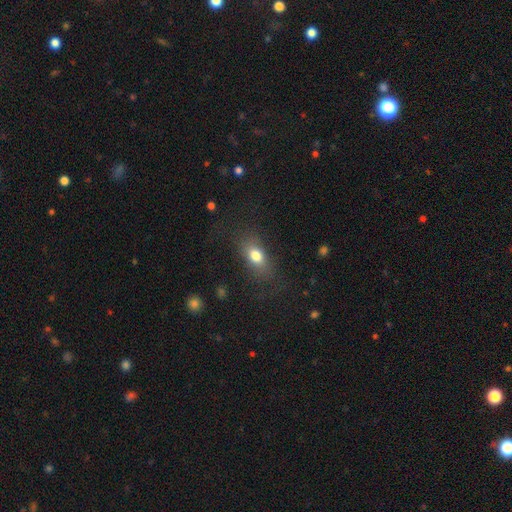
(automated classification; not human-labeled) A smooth galaxy with no disk features (76%) that is in between round and cigar-shaped (78%).

Vote fractions:
- Smooth or featured? smooth: 76% / featured or disk: 14% / star or artifact: 10%
- How rounded? in between: 78% / round: 15% / cigar-shaped: 8%
- Merging? none: 72% / minor disturbance: 17% / major disturbance: 10% / merger: 1%